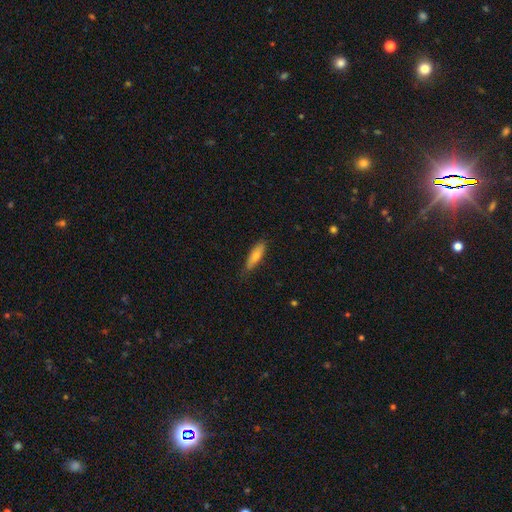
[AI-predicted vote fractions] Smooth or featured: smooth — 70% (featured or disk — 24%)
How rounded: cigar-shaped — 58% (in between — 40%)
Merging: none — 76% (minor disturbance — 20%)